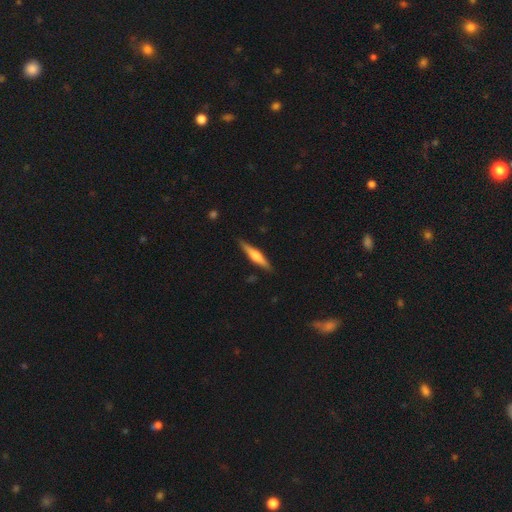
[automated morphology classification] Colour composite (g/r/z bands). It shows a featured or disk galaxy (59%) viewed edge-on (97%) with a rounded central bulge (79%). Merging: none (89%).